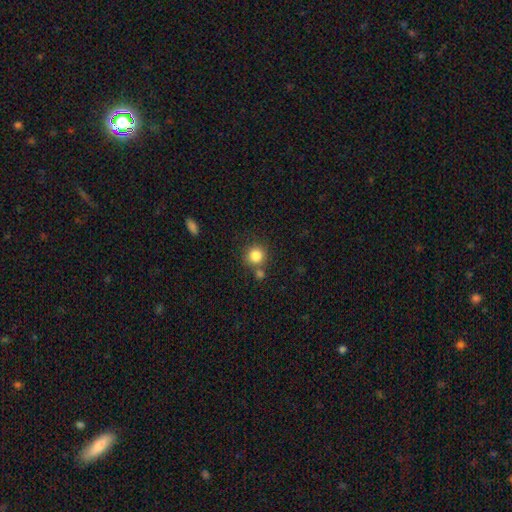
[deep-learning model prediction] Overall: smooth (84%). How rounded: round (91%). Merging: none (70%).